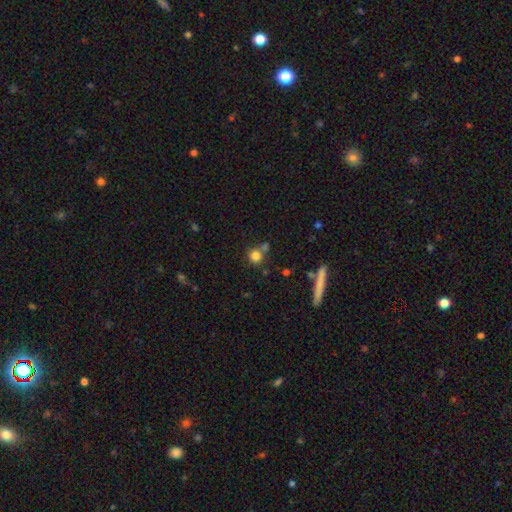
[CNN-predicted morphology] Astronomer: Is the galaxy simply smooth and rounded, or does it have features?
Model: smooth — 80%.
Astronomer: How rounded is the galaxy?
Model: round — 89%.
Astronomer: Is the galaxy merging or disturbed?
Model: none — 63%.